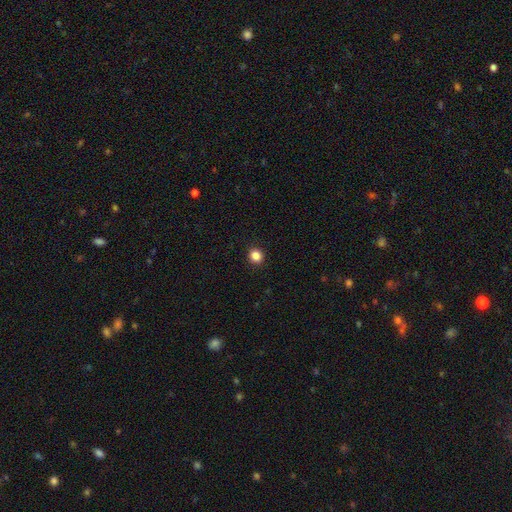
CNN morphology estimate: Smooth or featured? smooth (86%)
How rounded? round (86%)
Merging? none (92%)